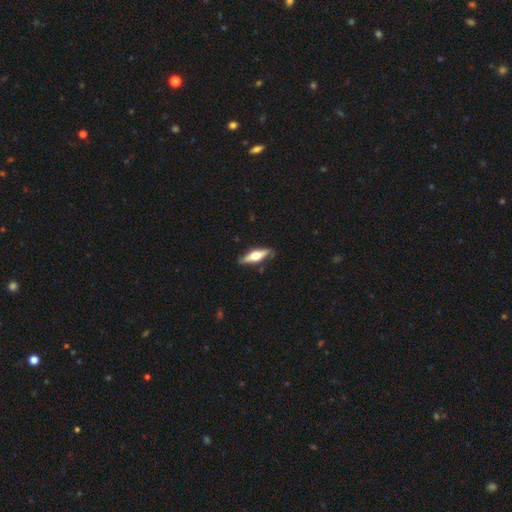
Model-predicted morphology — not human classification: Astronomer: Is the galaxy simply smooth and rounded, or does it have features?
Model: featured or disk — 60% (runner-up: smooth, 35%).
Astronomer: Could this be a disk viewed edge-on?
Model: yes — 94%.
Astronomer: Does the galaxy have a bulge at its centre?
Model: rounded — 91%.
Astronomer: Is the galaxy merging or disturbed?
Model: none — 84%.